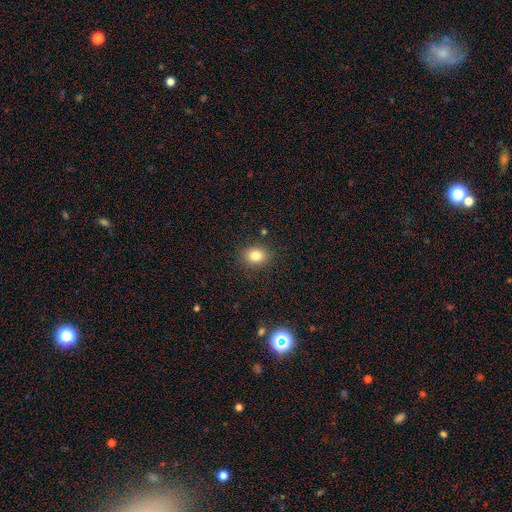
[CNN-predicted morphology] Overall: smooth (82%). How rounded: in between (51%; round 48%). Merging: none (87%).